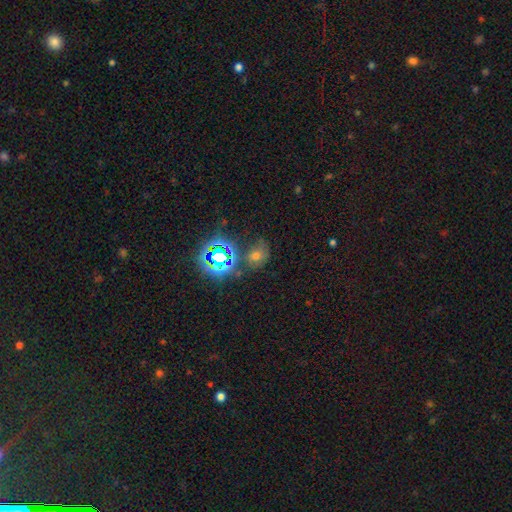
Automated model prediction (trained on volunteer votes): This is marginally a star or artifact rather than a galaxy (44%).